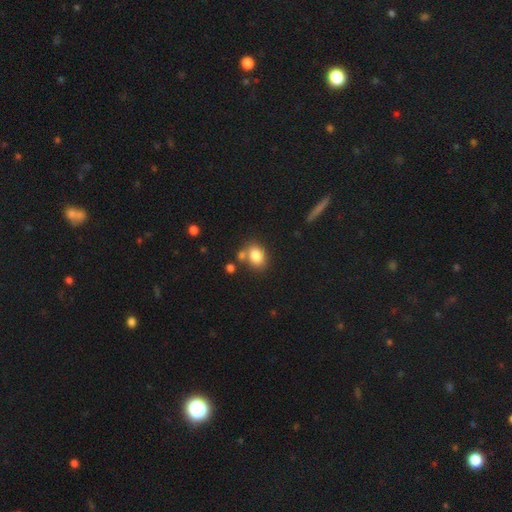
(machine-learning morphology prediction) smooth-or-featured: smooth: 82% | star or artifact: 10% | featured or disk: 8%
  how-rounded: in between: 61% | round: 38% | cigar-shaped: 1%
  merging: none: 63% | merger: 20% | minor disturbance: 13% | major disturbance: 4%